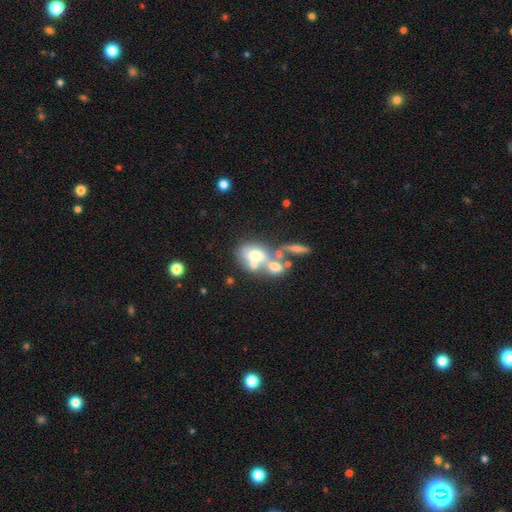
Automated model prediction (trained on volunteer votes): Smooth or featured?
  - smooth: 49% *
  - featured or disk: 38%
  - star or artifact: 13%
Merging?
  - merger: 59% *
  - none: 18%
  - major disturbance: 14%
  - minor disturbance: 10%